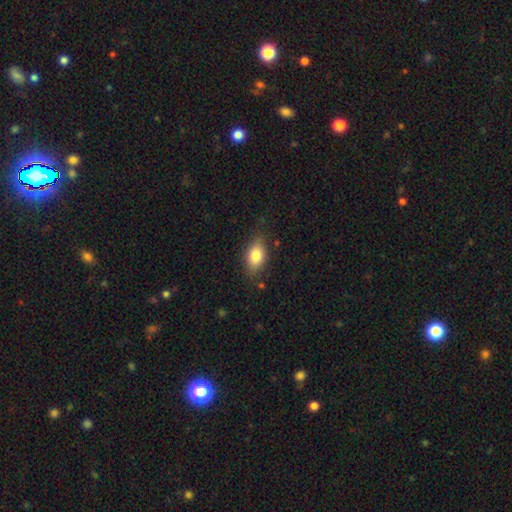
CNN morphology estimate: A smooth galaxy with no disk features (81%) that is in between round and cigar-shaped (87%). Merging: none (79%).